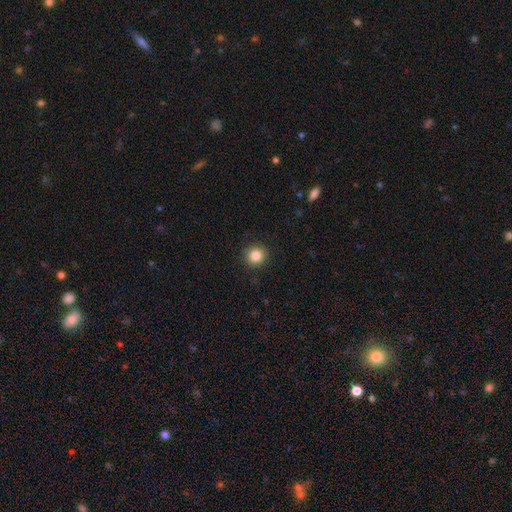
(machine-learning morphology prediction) smooth-or-featured: smooth: 84% | star or artifact: 11% | featured or disk: 5%
  how-rounded: round: 90% | in between: 9% | cigar-shaped: 1%
  merging: none: 91% | minor disturbance: 6% | major disturbance: 2% | merger: 1%